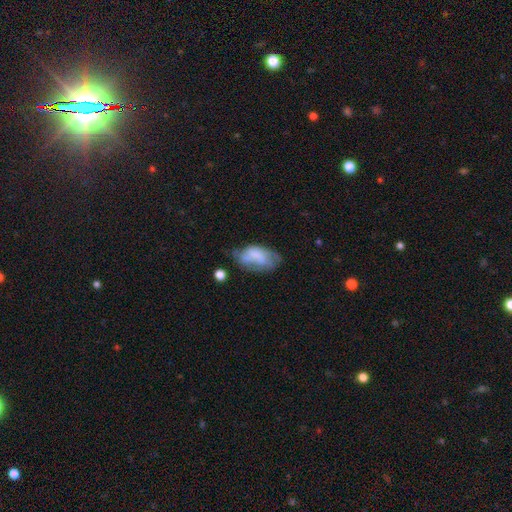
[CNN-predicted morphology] Smooth or featured? Predicted: smooth (p=0.58). How rounded? Predicted: in between (p=0.93). Merging? Predicted: minor disturbance (p=0.34).